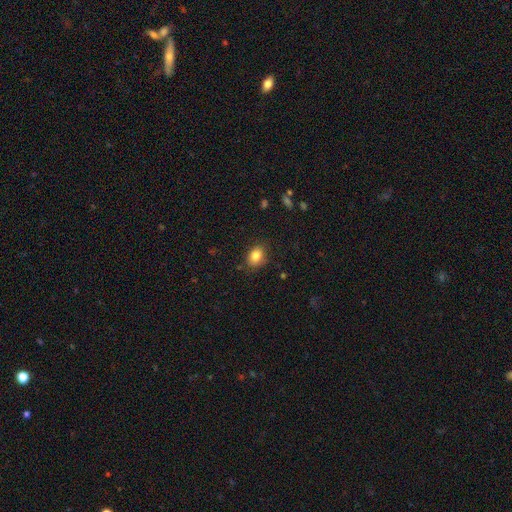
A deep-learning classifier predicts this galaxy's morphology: Overall: smooth (83%). How rounded: in between (60%; round 39%). Merging: none (81%).